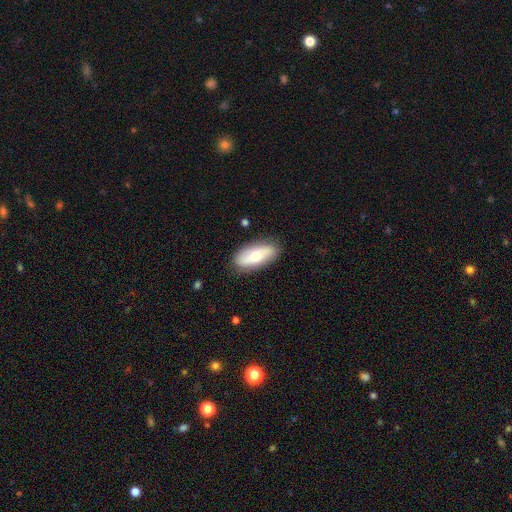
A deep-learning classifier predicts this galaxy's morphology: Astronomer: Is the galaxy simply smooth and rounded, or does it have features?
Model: smooth — 59% (runner-up: featured or disk, 35%).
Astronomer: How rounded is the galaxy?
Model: in between — 83%.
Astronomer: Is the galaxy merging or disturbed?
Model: none — 85%.